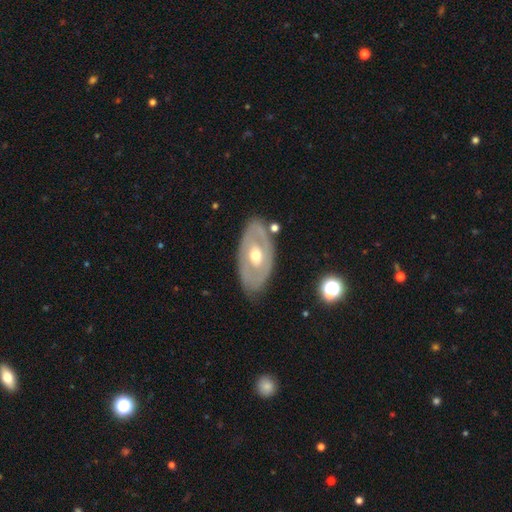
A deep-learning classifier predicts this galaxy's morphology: smooth-or-featured: featured or disk: 69% | smooth: 26% | star or artifact: 5%
  disk-edge-on: no: 89% | yes: 11%
    bar: no: 74% | weak: 19% | strong: 7%
    has-spiral-arms: no: 71% | yes: 29%
    bulge-size: moderate: 71% | small: 21% | large: 5% | dominant: 1% | none: 1%
  merging: none: 78% | minor disturbance: 15% | major disturbance: 4% | merger: 3%